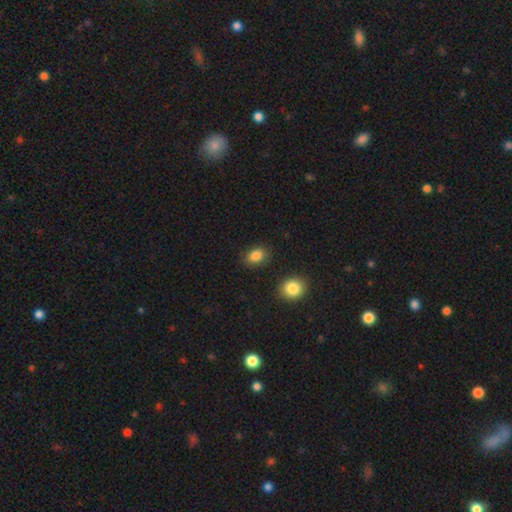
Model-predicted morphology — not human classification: The model was most divided on "how rounded": in between: 75%, round: 23%, cigar-shaped: 1%. More confident: smooth or featured — smooth (86%); merging — none (84%).